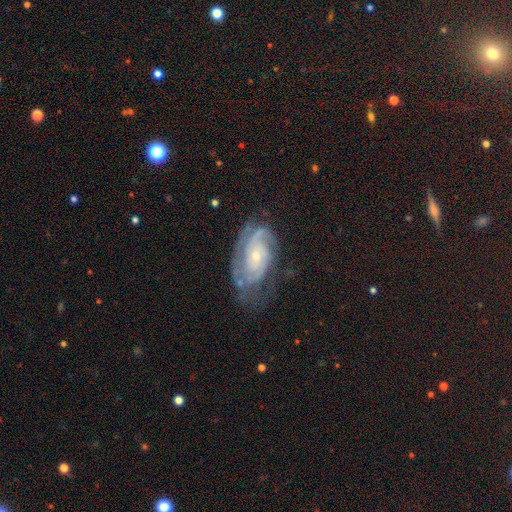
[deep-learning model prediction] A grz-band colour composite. It shows a featured or disk galaxy (84%) with no bar (69%), 2 (40%) tight (61%) spiral arms (95%) and a small central bulge (71%). Merging: none (62%).